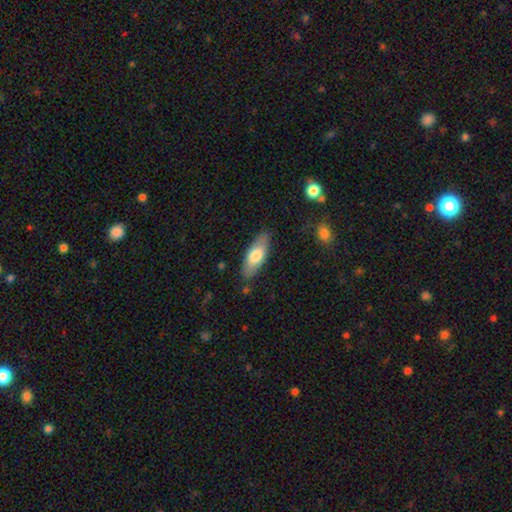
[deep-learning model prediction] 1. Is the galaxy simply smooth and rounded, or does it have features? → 70% smooth, 24% featured or disk, 6% star or artifact.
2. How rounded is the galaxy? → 71% in between, 27% cigar-shaped, 2% round.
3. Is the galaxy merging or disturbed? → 84% none, 12% minor disturbance, 3% major disturbance, 2% merger.